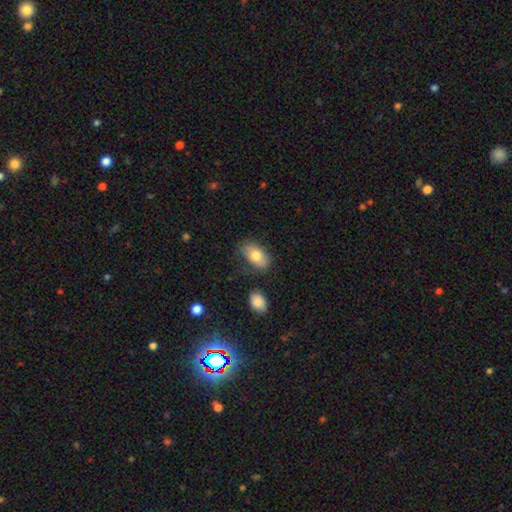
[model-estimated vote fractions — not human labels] This appears to be a smooth galaxy with no disk features (78%) that is in between round and cigar-shaped (92%). Merging: none (74%).